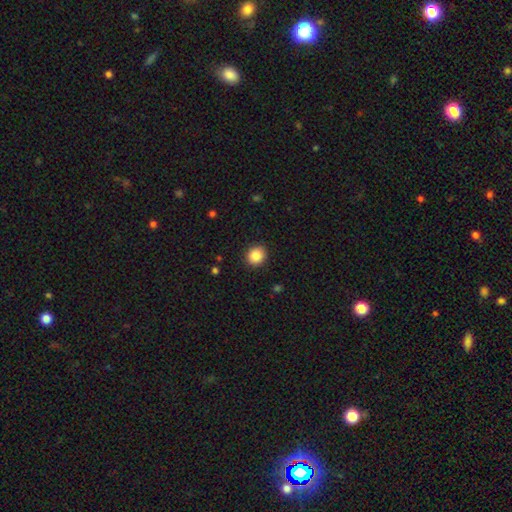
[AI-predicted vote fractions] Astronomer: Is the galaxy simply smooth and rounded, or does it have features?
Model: smooth — 86%.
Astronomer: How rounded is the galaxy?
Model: round — 82%.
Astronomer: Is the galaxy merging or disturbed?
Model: none — 91%.